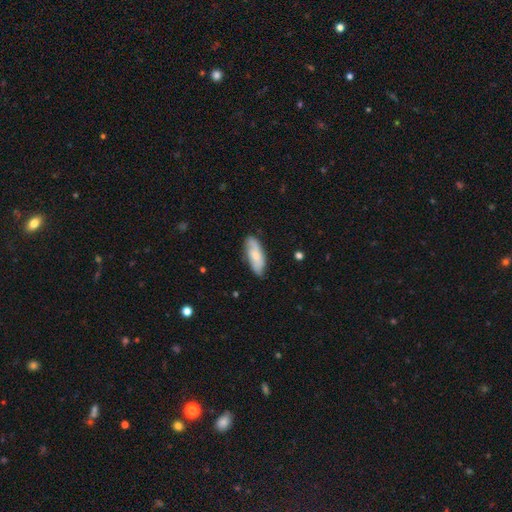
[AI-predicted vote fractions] Q: Smooth or featured?
A: smooth (61%); runner-up: featured or disk (33%)
Q: How rounded?
A: in between (77%); runner-up: cigar-shaped (21%)
Q: Merging?
A: none (75%); runner-up: minor disturbance (20%)